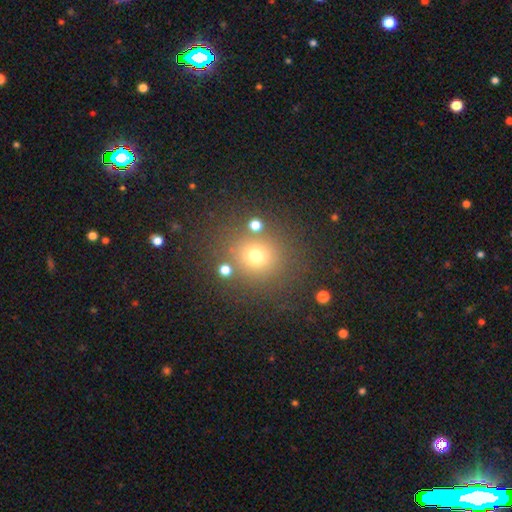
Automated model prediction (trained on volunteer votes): Overall: smooth (68%). How rounded: round (88%). Merging: none (79%).